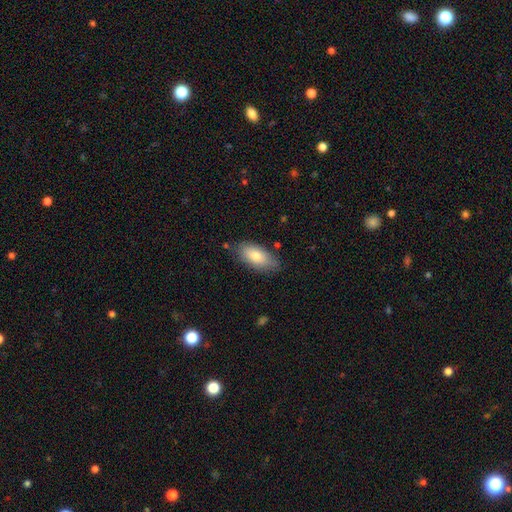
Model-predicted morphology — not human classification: smooth 79%, featured or disk 14%, star or artifact 7%. Down the decision tree: how rounded — in between (90%); merging — none (78%).